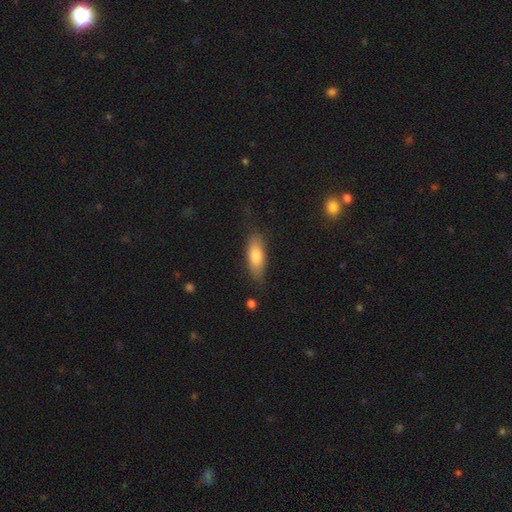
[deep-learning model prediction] Smooth or featured?
  - smooth: 77% *
  - featured or disk: 17%
  - star or artifact: 6%
How rounded?
  - in between: 70% *
  - cigar-shaped: 28%
  - round: 3%
Merging?
  - none: 74% *
  - minor disturbance: 19%
  - major disturbance: 5%
  - merger: 2%